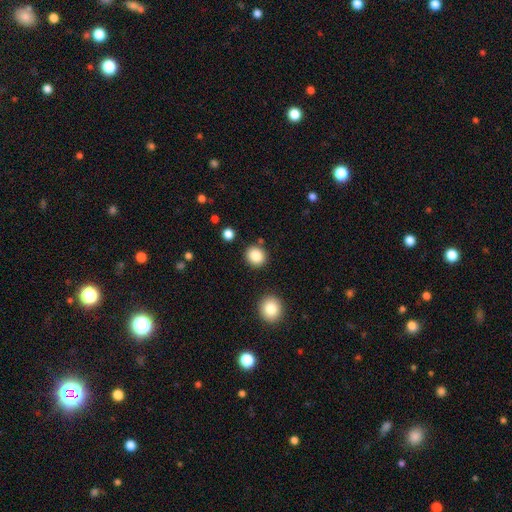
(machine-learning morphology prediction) smooth 86%, star or artifact 9%, featured or disk 4%. Down the decision tree: how rounded — round (84%); merging — none (87%).